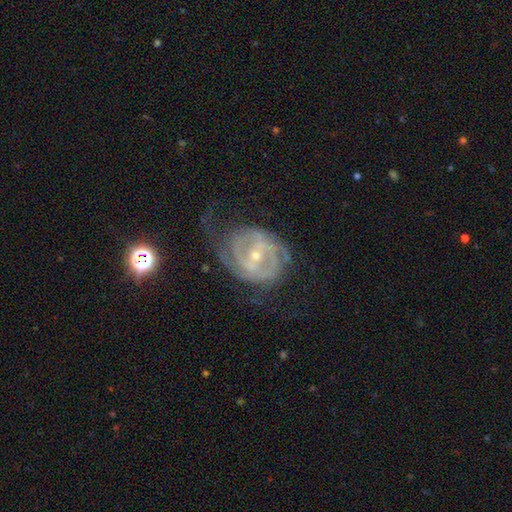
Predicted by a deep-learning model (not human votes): smooth_or_featured: featured or disk (p=0.88) [alt: star or artifact p=0.06]
disk_edge_on: no (p=0.97) [alt: yes p=0.03]
bar: weak (p=0.44) [alt: no p=0.29]
has_spiral_arms: yes (p=0.96) [alt: no p=0.04]
spiral_winding: tight (p=0.55) [alt: medium p=0.36]
spiral_arm_count: 2 (p=0.47) [alt: can't tell p=0.22]
bulge_size: small (p=0.69) [alt: moderate p=0.28]
merging: none (p=0.54) [alt: minor disturbance p=0.24]